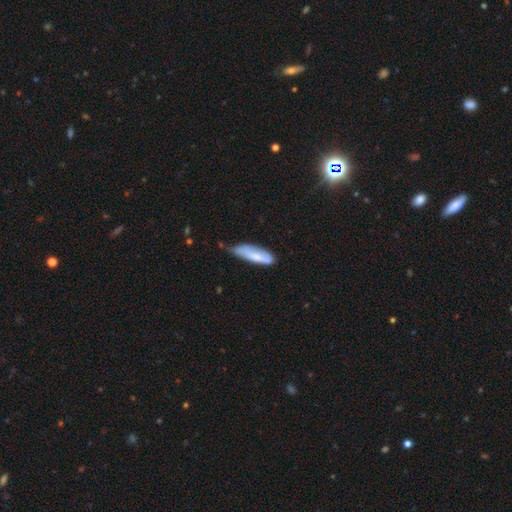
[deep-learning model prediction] Morphology: type=smooth (72%); roundness=cigar-shaped (57%); merging=none (44%).